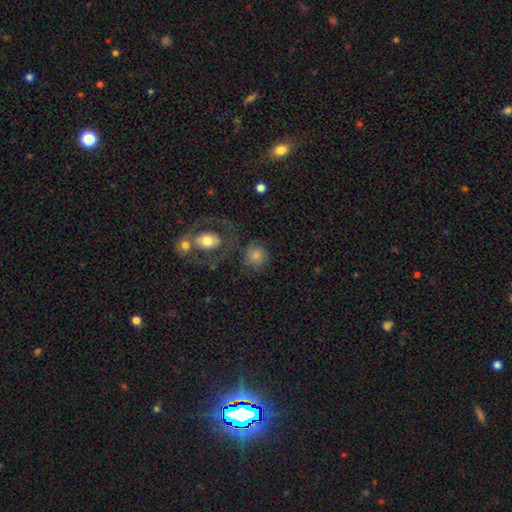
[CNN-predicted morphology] Smooth or featured?
  - smooth: 61% *
  - featured or disk: 28%
  - star or artifact: 10%
How rounded?
  - round: 79% *
  - in between: 20%
  - cigar-shaped: 1%
Merging?
  - none: 61% *
  - minor disturbance: 16%
  - major disturbance: 14%
  - merger: 8%